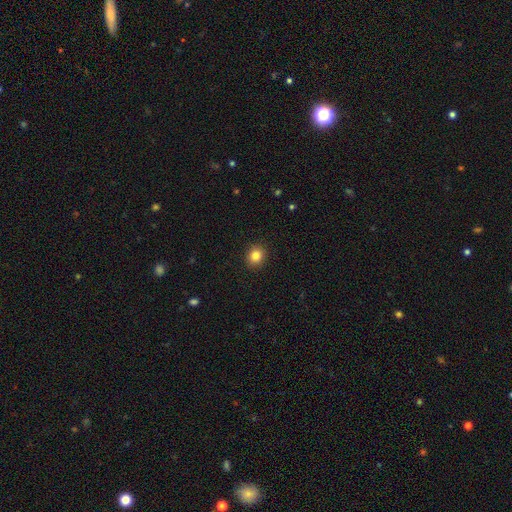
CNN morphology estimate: Smooth or featured: smooth — 84% (star or artifact — 11%)
How rounded: round — 74% (in between — 25%)
Merging: none — 91% (minor disturbance — 6%)